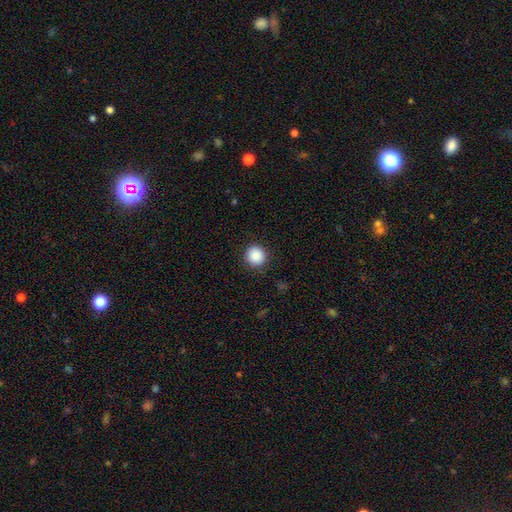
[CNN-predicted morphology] Smooth or featured? Predicted: smooth (p=0.87). How rounded? Predicted: round (p=0.93). Merging? Predicted: none (p=0.90).